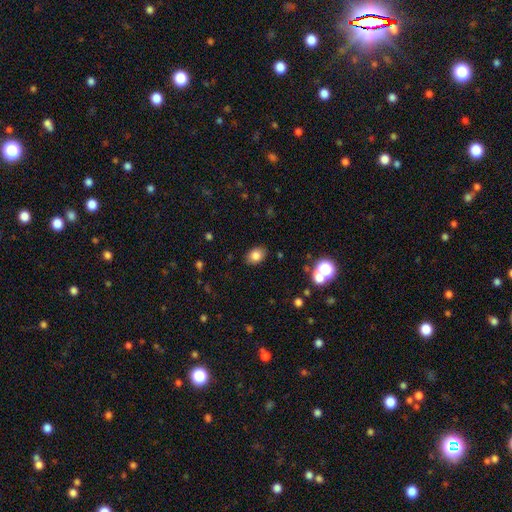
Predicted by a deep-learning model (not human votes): Smooth or featured? Predicted: smooth (p=0.82). How rounded? Predicted: in between (p=0.71). Merging? Predicted: none (p=0.86).